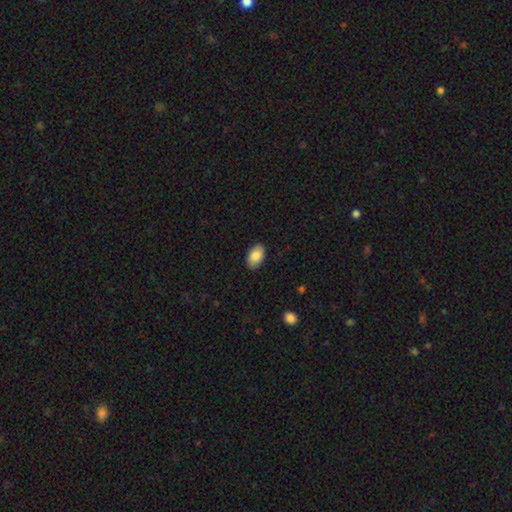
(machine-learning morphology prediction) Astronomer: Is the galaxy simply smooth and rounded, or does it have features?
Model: smooth — 87%.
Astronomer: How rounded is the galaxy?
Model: in between — 93%.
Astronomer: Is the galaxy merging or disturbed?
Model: none — 88%.